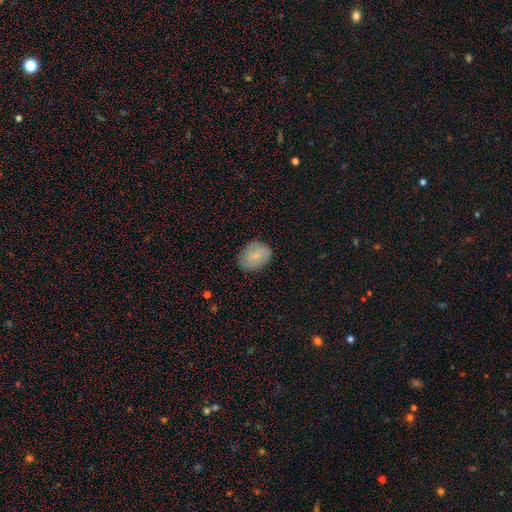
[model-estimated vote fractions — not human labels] smooth-or-featured: smooth: 78% | featured or disk: 14% | star or artifact: 8%
  how-rounded: in between: 67% | round: 32% | cigar-shaped: 1%
  merging: none: 79% | minor disturbance: 16% | major disturbance: 3% | merger: 1%